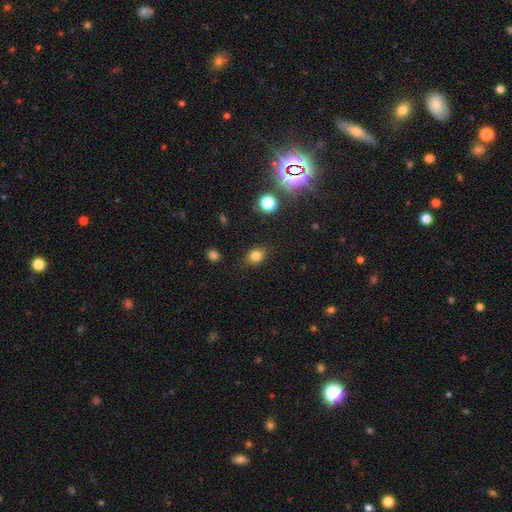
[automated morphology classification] Smooth or featured: smooth — 81% (star or artifact — 13%)
How rounded: in between — 52% (round — 47%)
Merging: none — 83% (minor disturbance — 12%)